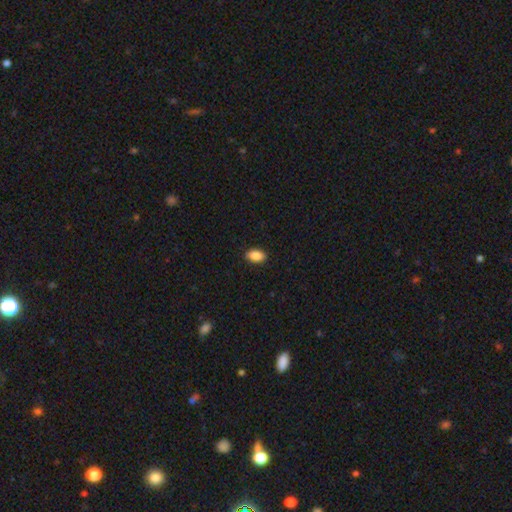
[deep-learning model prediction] smooth-or-featured: smooth: 89% | star or artifact: 8% | featured or disk: 3%
  how-rounded: in between: 91% | round: 8% | cigar-shaped: 2%
  merging: none: 89% | minor disturbance: 8% | major disturbance: 2% | merger: 1%